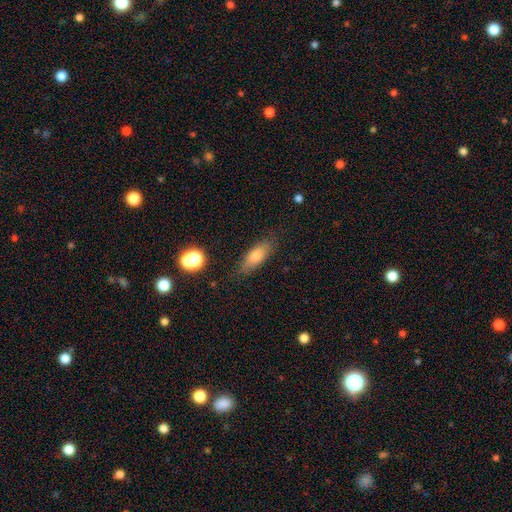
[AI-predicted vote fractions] Smooth or featured?
  - smooth: 73% *
  - featured or disk: 18%
  - star or artifact: 9%
How rounded?
  - in between: 62% *
  - cigar-shaped: 34%
  - round: 4%
Merging?
  - none: 82% *
  - minor disturbance: 13%
  - major disturbance: 3%
  - merger: 2%